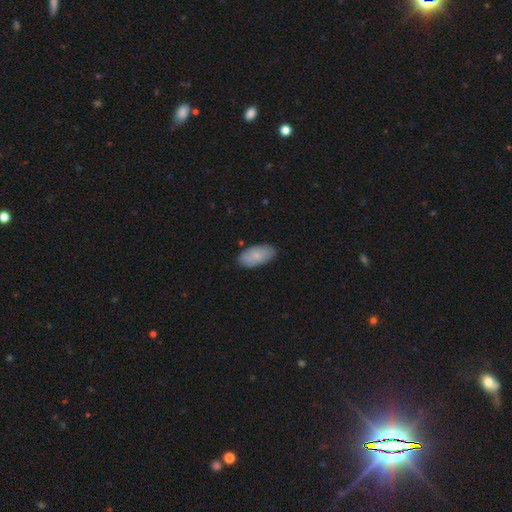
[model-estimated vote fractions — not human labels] Morphology: type=smooth (78%); roundness=in between (94%); merging=none (83%).